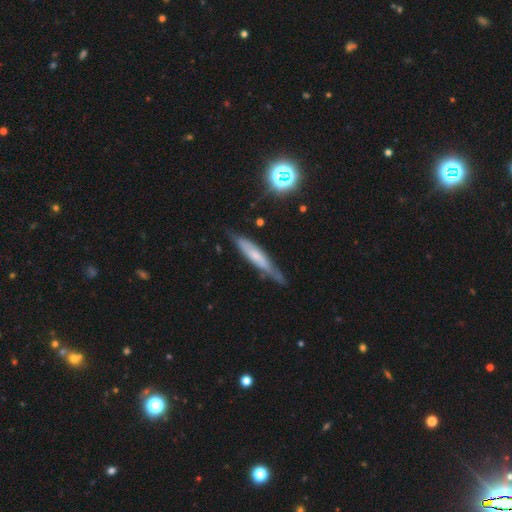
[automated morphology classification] featured or disk 51%, smooth 39%, star or artifact 10%. Down the decision tree: edge-on disk — yes (77%); merging — none (66%).